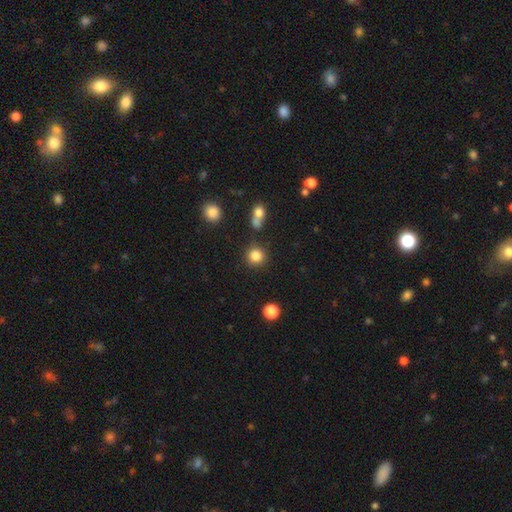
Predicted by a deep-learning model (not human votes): Smooth or featured?
  - smooth: 83% *
  - star or artifact: 12%
  - featured or disk: 5%
How rounded?
  - round: 91% *
  - in between: 8%
  - cigar-shaped: 1%
Merging?
  - none: 82% *
  - minor disturbance: 9%
  - merger: 6%
  - major disturbance: 3%